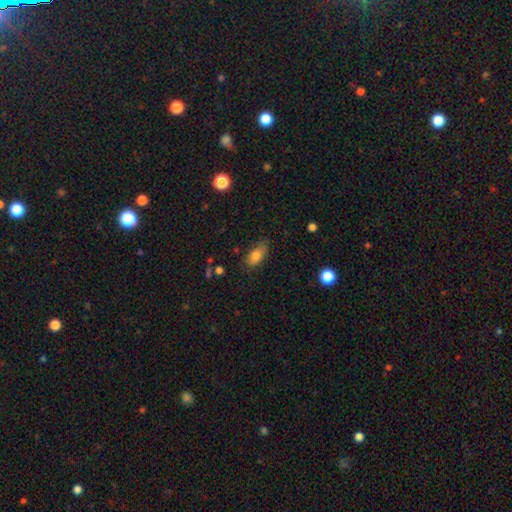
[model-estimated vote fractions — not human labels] Smooth or featured? Predicted: smooth (p=0.80). How rounded? Predicted: in between (p=0.86). Merging? Predicted: none (p=0.63).